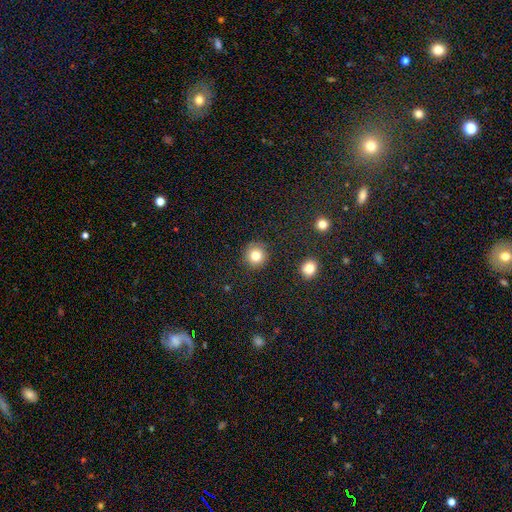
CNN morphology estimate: Smooth or featured? Predicted: smooth (p=0.82). How rounded? Predicted: round (p=0.94). Merging? Predicted: none (p=0.89).